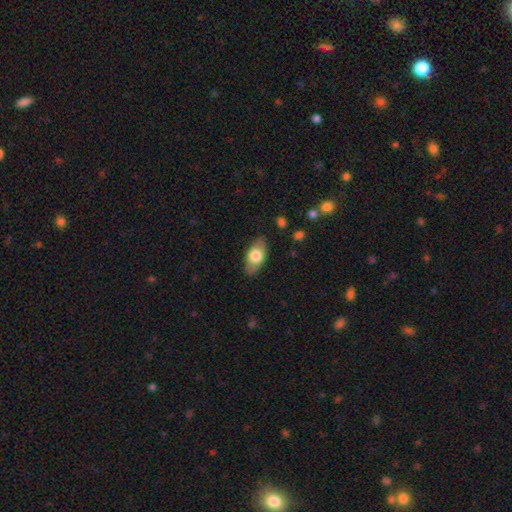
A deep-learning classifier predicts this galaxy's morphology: This is likely a smooth galaxy (69%). How rounded: clearly in between (91%). Merging: clearly none (84%).